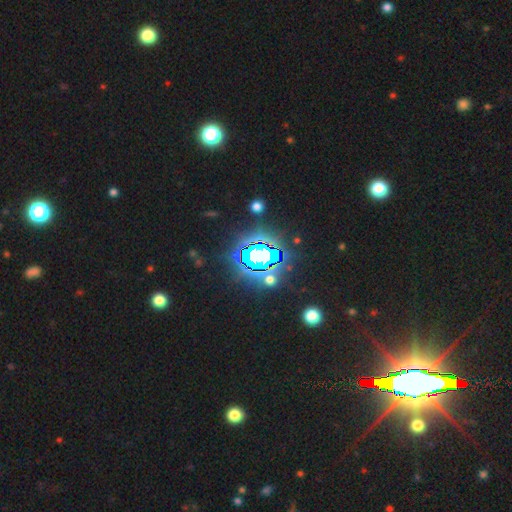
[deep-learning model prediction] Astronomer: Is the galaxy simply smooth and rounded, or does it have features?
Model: star or artifact — 78%.